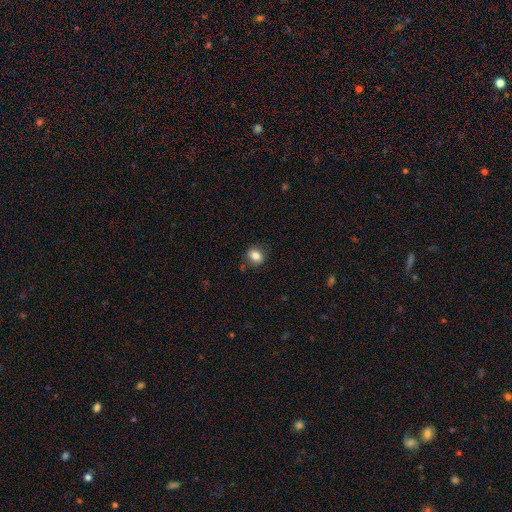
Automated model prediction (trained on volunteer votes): Q: Smooth or featured?
A: smooth (83%); runner-up: star or artifact (10%)
Q: How rounded?
A: round (54%); runner-up: in between (45%)
Q: Merging?
A: none (83%); runner-up: minor disturbance (12%)